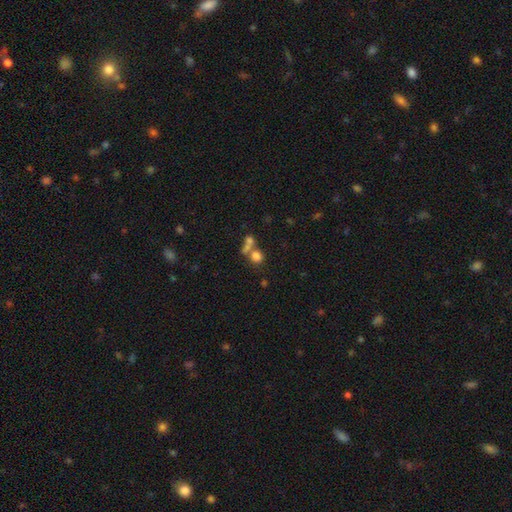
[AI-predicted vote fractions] This appears to be a smooth galaxy with no disk features (73%) that is round (74%). Merging: merger (47%).